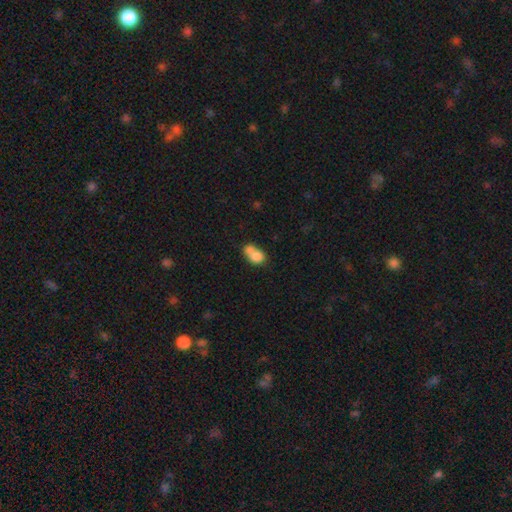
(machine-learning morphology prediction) Smooth or featured? smooth (76%)
How rounded? in between (51%)
Merging? merger (65%)